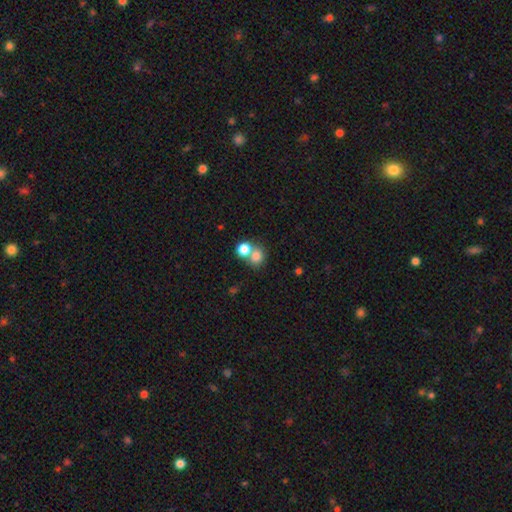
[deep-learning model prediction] smooth 78%, star or artifact 12%, featured or disk 9%. Down the decision tree: how rounded — round (69%); merging — merger (48%).